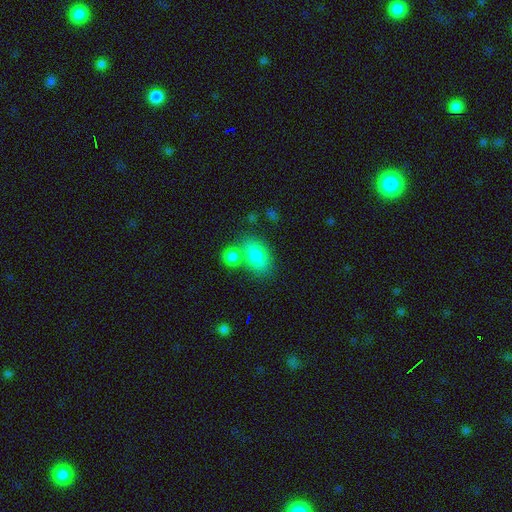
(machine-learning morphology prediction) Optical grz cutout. It shows a smooth galaxy with no disk features (81%) that is in between round and cigar-shaped (82%). Merging: none (56%).